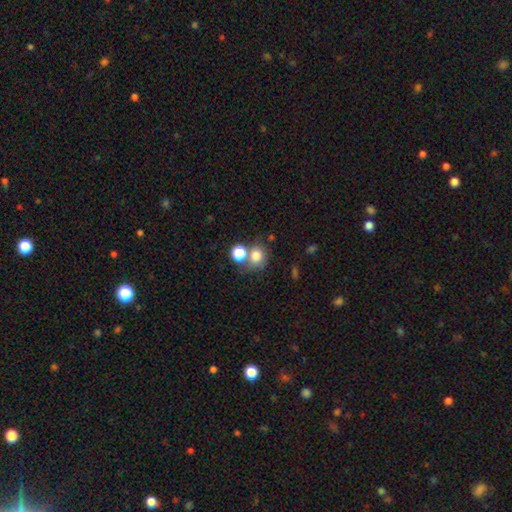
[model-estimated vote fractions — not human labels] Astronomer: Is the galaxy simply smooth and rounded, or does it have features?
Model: smooth — 78%.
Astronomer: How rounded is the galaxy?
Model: round — 72%.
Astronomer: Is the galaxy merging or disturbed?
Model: none — 53% (runner-up: merger, 32%).